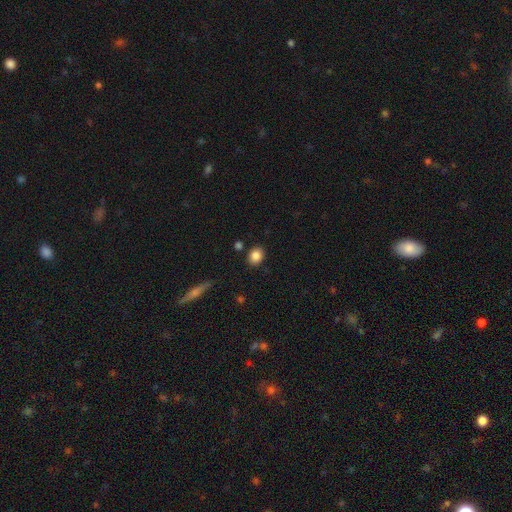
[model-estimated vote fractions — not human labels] smooth_or_featured: smooth (p=0.85) [alt: star or artifact p=0.09]
how_rounded: in between (p=0.50) [alt: round p=0.49]
merging: none (p=0.86) [alt: minor disturbance p=0.09]